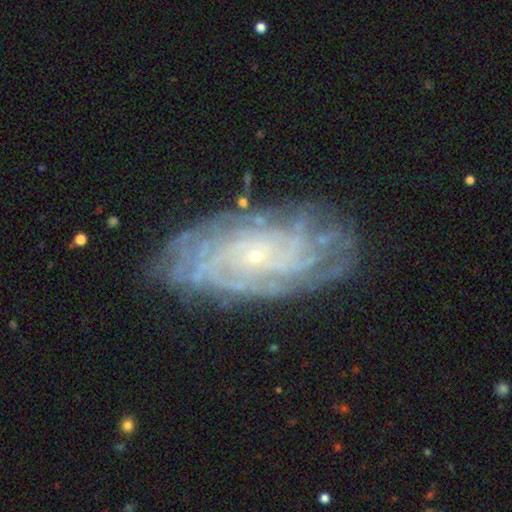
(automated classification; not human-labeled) The model was most divided on "spiral arm count": can't tell: 34%, more than 4: 24%, 4: 16%, 3: 9%, 2: 9%, 1: 7%. More confident: spiral arms — yes (96%); edge-on disk — no (94%); bulge size — small (89%); smooth or featured — featured or disk (85%); merging — none (81%); spiral winding — tight (79%); bar — no (79%).